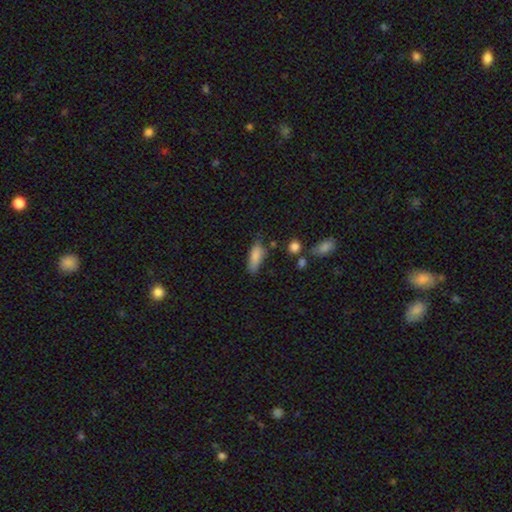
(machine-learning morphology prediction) This is clearly a smooth galaxy (83%). How rounded: likely in between (66%). Merging: possibly none (58%).